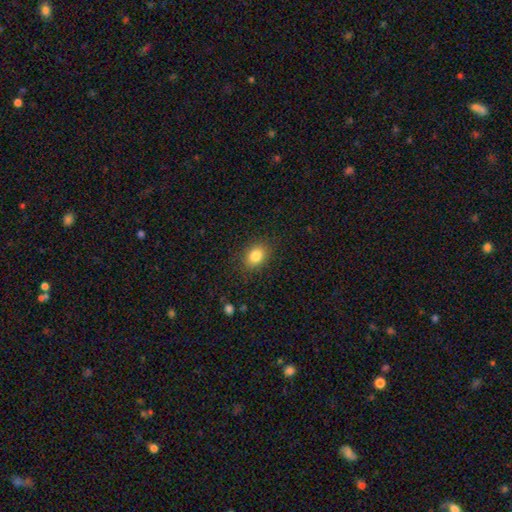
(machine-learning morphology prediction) smooth-or-featured: smooth: 84% | star or artifact: 10% | featured or disk: 6%
  how-rounded: in between: 65% | round: 34% | cigar-shaped: 1%
  merging: none: 86% | minor disturbance: 10% | major disturbance: 3% | merger: 1%